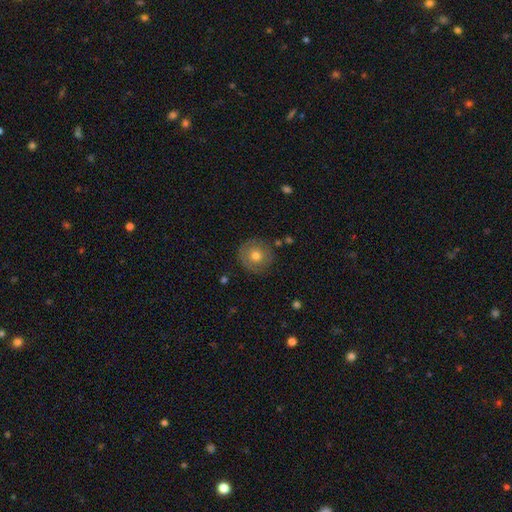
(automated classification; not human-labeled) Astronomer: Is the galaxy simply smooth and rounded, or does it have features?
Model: smooth — 66%.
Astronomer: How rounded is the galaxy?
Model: round — 93%.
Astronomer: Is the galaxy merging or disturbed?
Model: none — 84%.